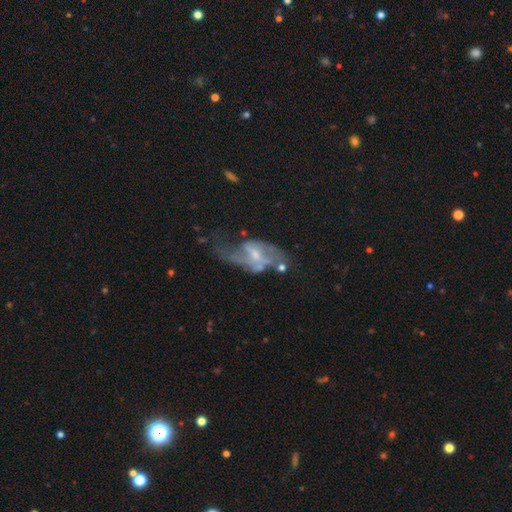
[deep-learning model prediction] Morphology: type=featured or disk (73%); edge-on=no (94%); bar=no (43%, tied with weak); spiral arms=yes (65%); bulge=small (50%); merging=major disturbance (41%).